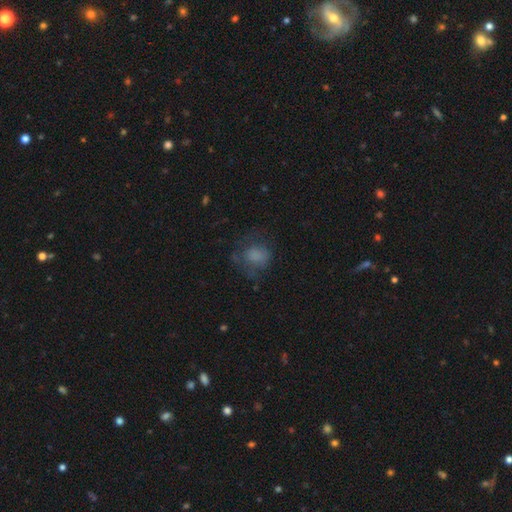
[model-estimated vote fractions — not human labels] Smooth or featured? Predicted: smooth (p=0.68). How rounded? Predicted: round (p=0.63). Merging? Predicted: none (p=0.47).